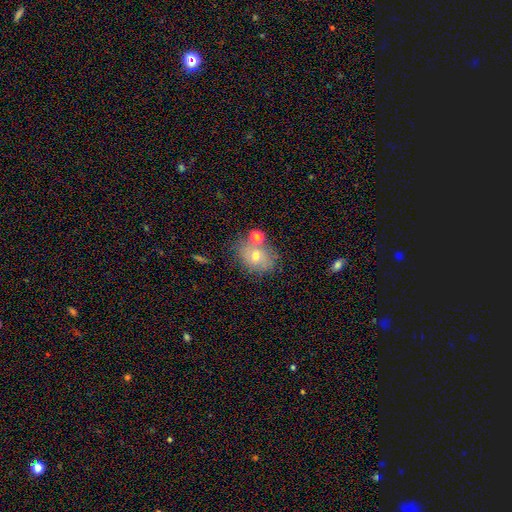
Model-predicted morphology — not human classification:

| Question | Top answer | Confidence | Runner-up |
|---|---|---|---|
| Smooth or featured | smooth | 63% | featured or disk (24%) |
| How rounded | in between | 51% | round (47%) |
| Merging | none | 60% | merger (19%) |